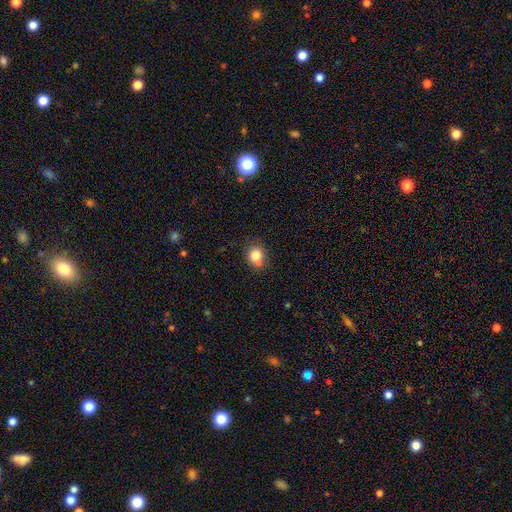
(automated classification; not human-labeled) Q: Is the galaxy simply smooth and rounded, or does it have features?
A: smooth — 80%.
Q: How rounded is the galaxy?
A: round — 67%.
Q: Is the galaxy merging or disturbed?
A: none — 57%.